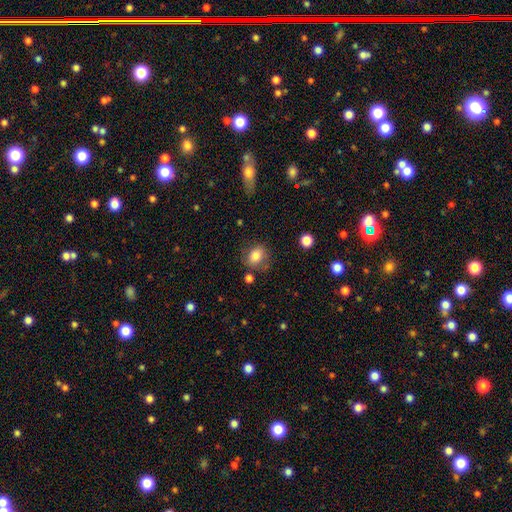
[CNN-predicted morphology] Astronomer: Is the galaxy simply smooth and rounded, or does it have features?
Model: smooth — 80%.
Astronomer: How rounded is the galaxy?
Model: round — 53% (runner-up: in between, 46%).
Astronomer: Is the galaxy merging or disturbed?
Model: none — 72%.